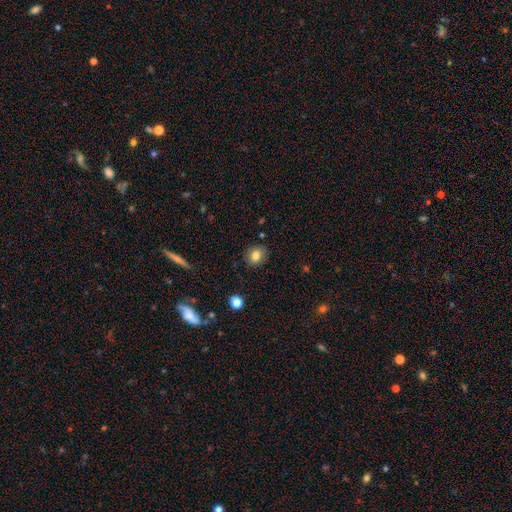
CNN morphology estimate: Smooth or featured?
  - smooth: 80% *
  - featured or disk: 10%
  - star or artifact: 10%
How rounded?
  - round: 69% *
  - in between: 30%
  - cigar-shaped: 1%
Merging?
  - none: 86% *
  - minor disturbance: 11%
  - major disturbance: 3%
  - merger: 1%